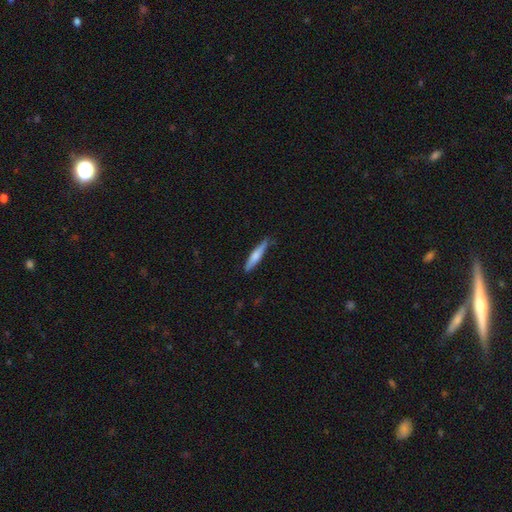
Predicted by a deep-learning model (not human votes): The model was most divided on "smooth or featured": smooth: 58%, featured or disk: 37%, star or artifact: 5%. More confident: how rounded — cigar-shaped (90%); merging — none (84%).